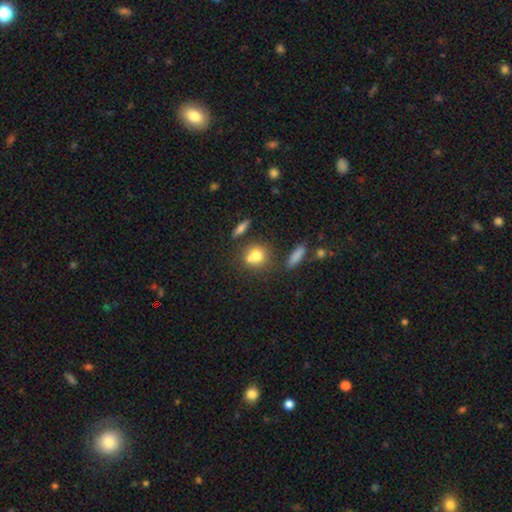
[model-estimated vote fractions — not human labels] Smooth or featured? smooth (72%)
How rounded? round (72%)
Merging? none (48%)